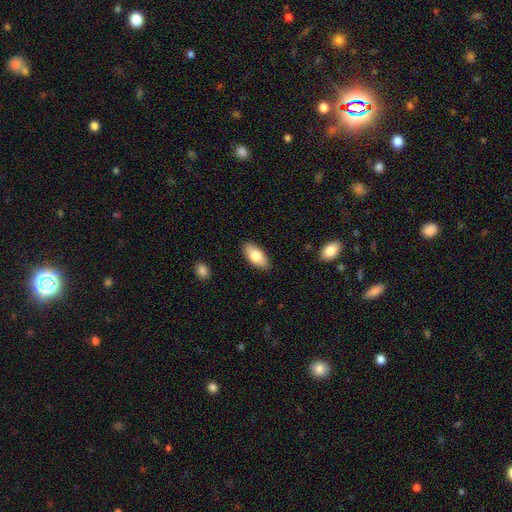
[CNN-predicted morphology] Smooth or featured?
  - smooth: 80% *
  - featured or disk: 14%
  - star or artifact: 6%
How rounded?
  - in between: 90% *
  - cigar-shaped: 8%
  - round: 2%
Merging?
  - none: 88% *
  - minor disturbance: 9%
  - major disturbance: 2%
  - merger: 1%